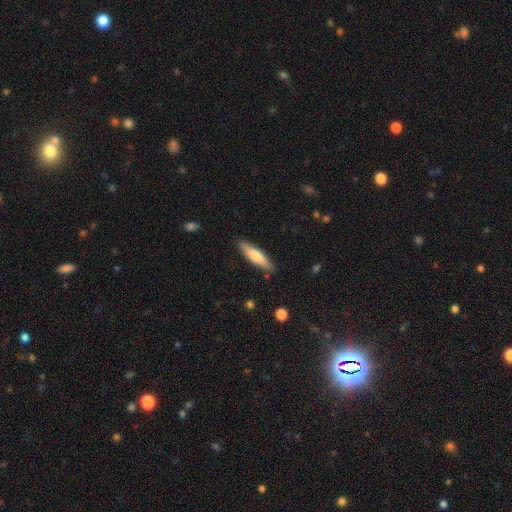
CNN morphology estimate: Smooth or featured? Predicted: smooth (p=0.73). How rounded? Predicted: cigar-shaped (p=0.73). Merging? Predicted: none (p=0.86).